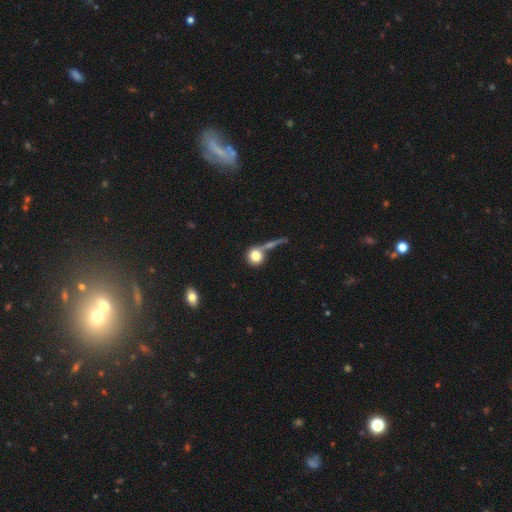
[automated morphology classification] This is likely a smooth galaxy (78%). How rounded: clearly round (86%). Merging: possibly none (50%).